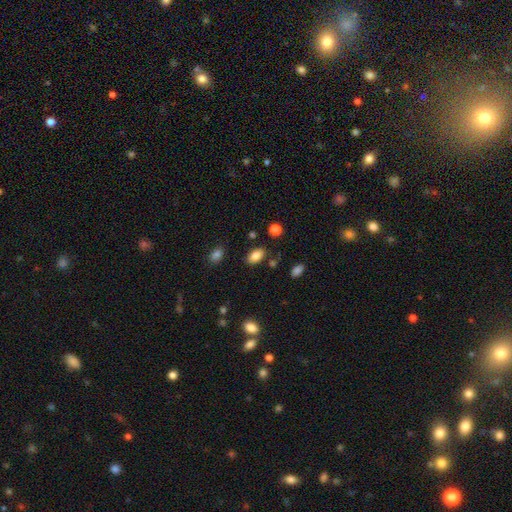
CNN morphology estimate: smooth-or-featured: smooth: 85% | star or artifact: 9% | featured or disk: 6%
  how-rounded: in between: 92% | round: 6% | cigar-shaped: 3%
  merging: none: 83% | minor disturbance: 11% | merger: 3% | major disturbance: 3%